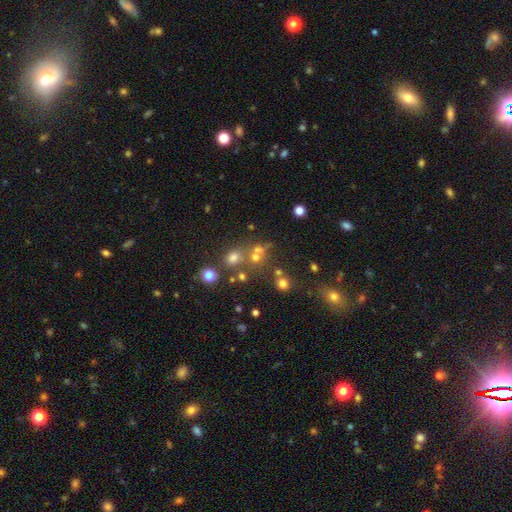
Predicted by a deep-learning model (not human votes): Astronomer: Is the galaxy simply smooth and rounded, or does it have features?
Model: smooth — 52% (runner-up: star or artifact, 34%).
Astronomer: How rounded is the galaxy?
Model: round — 79%.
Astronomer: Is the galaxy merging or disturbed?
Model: none — 57%.